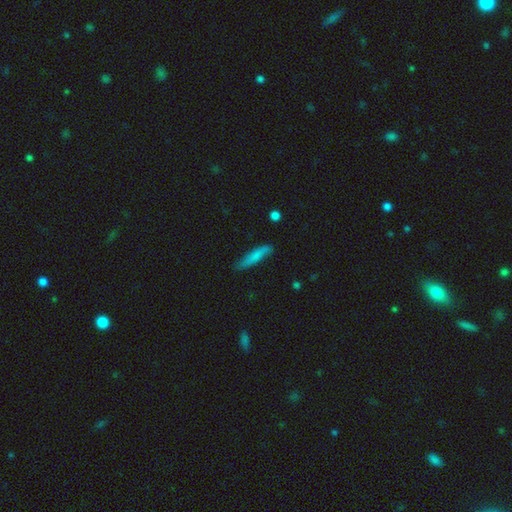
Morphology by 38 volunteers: Volunteers were most divided on "merging": none: 58%, minor disturbance: 36%, major disturbance: 6%, merger: 0%. More confident: how rounded — cigar-shaped (100%); smooth or featured — smooth (74%).